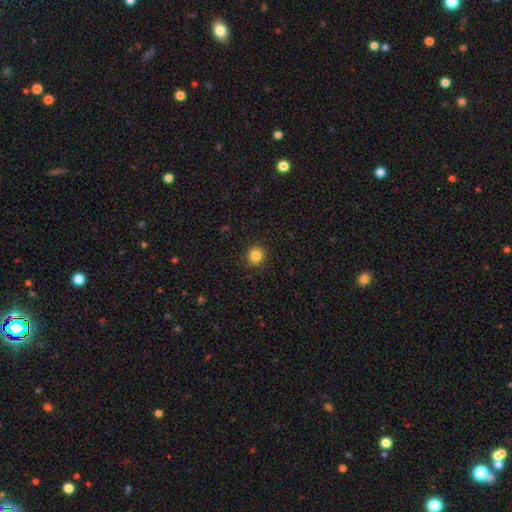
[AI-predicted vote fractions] smooth 84%, star or artifact 11%, featured or disk 4%. Down the decision tree: how rounded — round (88%); merging — none (91%).